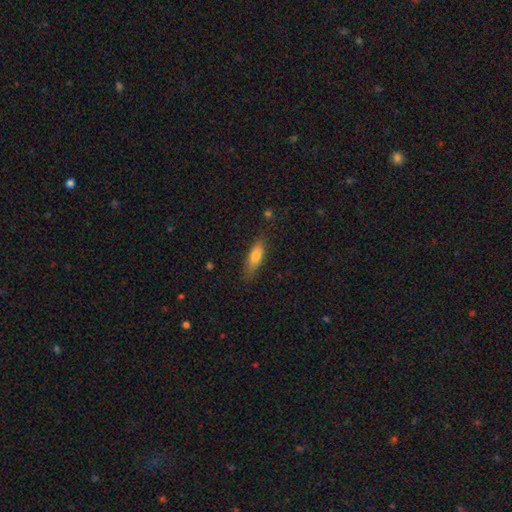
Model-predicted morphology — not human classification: Smooth or featured?
  - smooth: 74% *
  - featured or disk: 19%
  - star or artifact: 7%
How rounded?
  - in between: 53% *
  - cigar-shaped: 45%
  - round: 2%
Merging?
  - none: 79% *
  - minor disturbance: 16%
  - major disturbance: 3%
  - merger: 2%